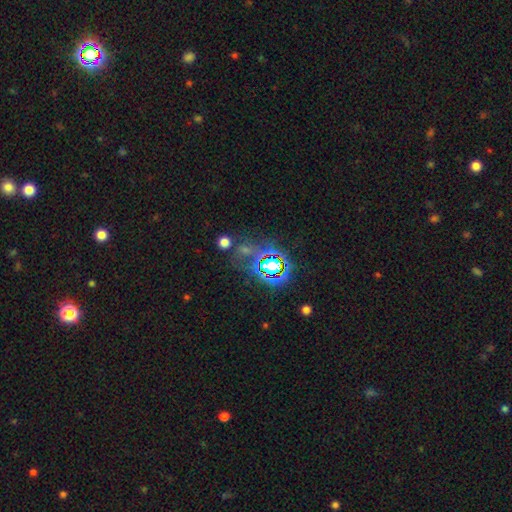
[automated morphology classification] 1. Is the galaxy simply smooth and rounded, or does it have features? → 60% star or artifact, 28% smooth, 12% featured or disk.